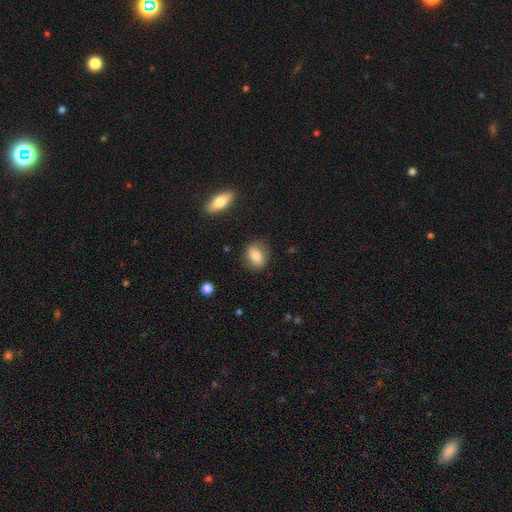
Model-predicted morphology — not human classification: Overall: smooth (76%). How rounded: in between (50%; round 47%). Merging: none (84%).